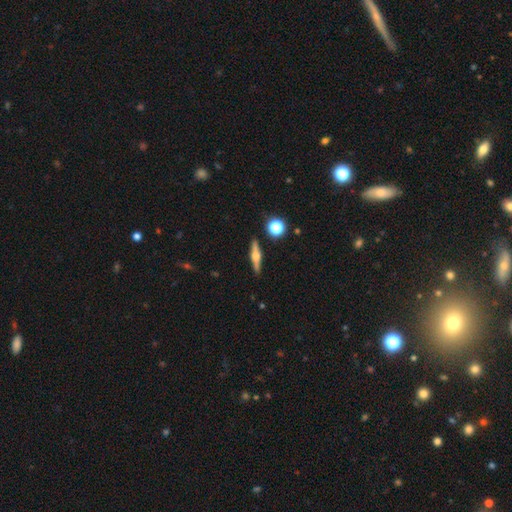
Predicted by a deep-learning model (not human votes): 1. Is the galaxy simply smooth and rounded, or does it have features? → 66% featured or disk, 26% smooth, 8% star or artifact.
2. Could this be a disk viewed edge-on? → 97% yes, 3% no.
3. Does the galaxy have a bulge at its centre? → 91% rounded, 6% boxy, 2% none.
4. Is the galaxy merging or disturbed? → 89% none, 7% minor disturbance, 2% merger, 2% major disturbance.